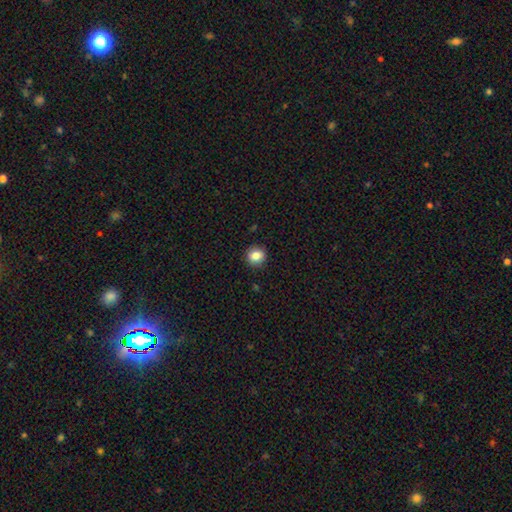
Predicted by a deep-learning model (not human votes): This appears to be a smooth galaxy with no disk features (85%) that is round (89%). Merging: none (91%).